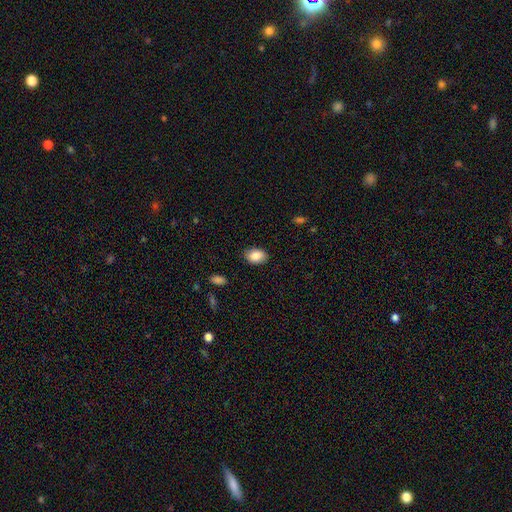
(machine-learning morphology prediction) Overall: smooth (86%). How rounded: in between (82%). Merging: none (87%).